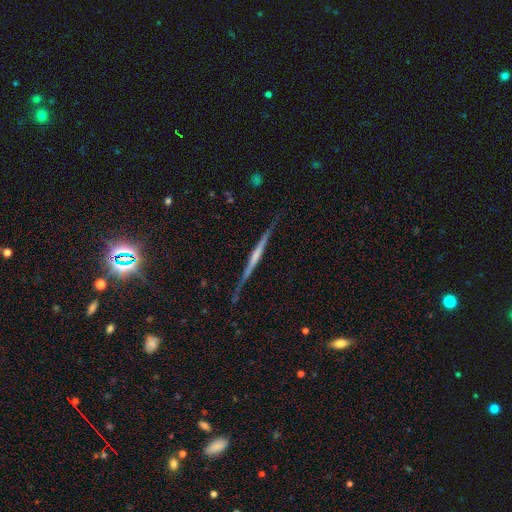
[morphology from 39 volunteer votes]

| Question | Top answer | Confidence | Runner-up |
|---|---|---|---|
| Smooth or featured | featured or disk | 77% | smooth (18%) |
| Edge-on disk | yes | 93% | no (7%) |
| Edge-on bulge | none | 46% | boxy (36%) |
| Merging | none | 89% | minor disturbance (8%) |